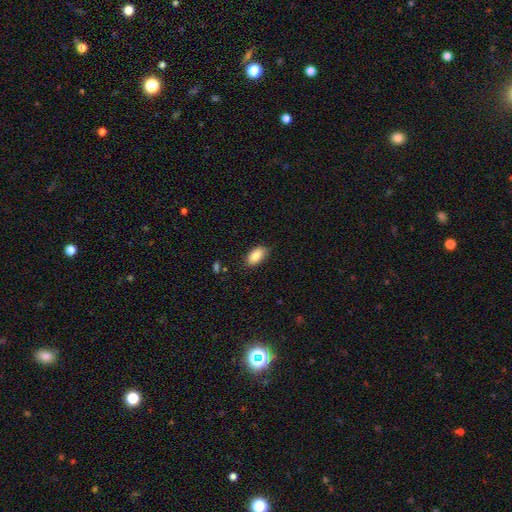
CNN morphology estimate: smooth-or-featured: smooth: 87% | star or artifact: 7% | featured or disk: 6%
  how-rounded: in between: 94% | round: 4% | cigar-shaped: 3%
  merging: none: 85% | minor disturbance: 12% | major disturbance: 2% | merger: 1%